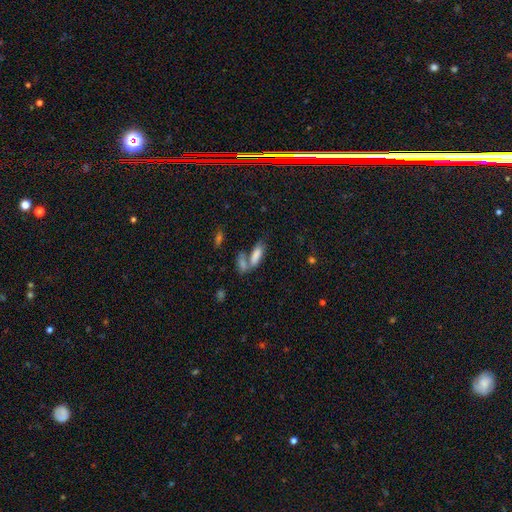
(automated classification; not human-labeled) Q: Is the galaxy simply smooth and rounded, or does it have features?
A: smooth — 81%.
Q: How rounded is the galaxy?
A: in between — 66%.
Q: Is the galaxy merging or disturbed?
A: merger — 49%.